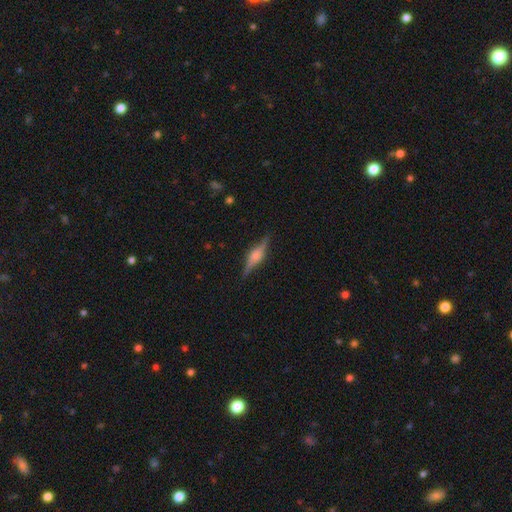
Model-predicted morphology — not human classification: Overall: featured or disk (77%). Edge-on disk: yes (97%). Edge-on bulge: rounded (82%). Merging: none (87%).